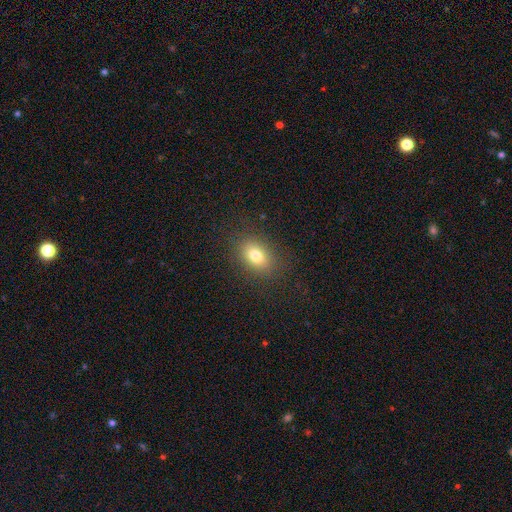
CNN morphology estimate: Smooth or featured? smooth (78%)
How rounded? in between (75%)
Merging? none (85%)